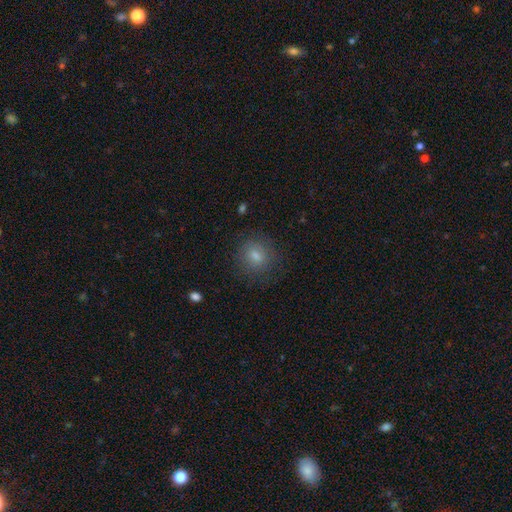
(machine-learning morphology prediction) type=smooth (73%); roundness=round (82%); merging=none (83%).